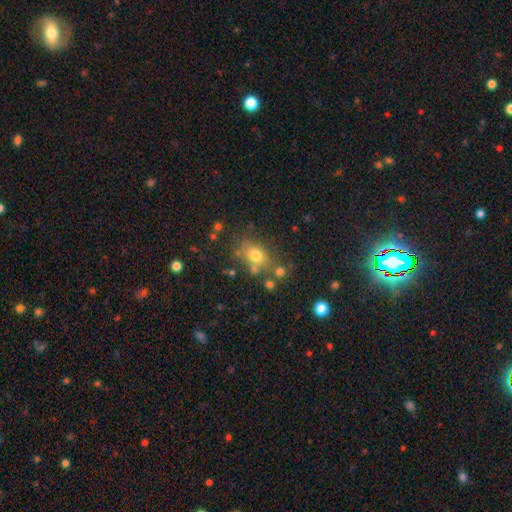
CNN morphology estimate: smooth_or_featured: smooth (p=0.71) [alt: star or artifact p=0.15]
how_rounded: in between (p=0.60) [alt: round p=0.38]
merging: none (p=0.65) [alt: minor disturbance p=0.16]